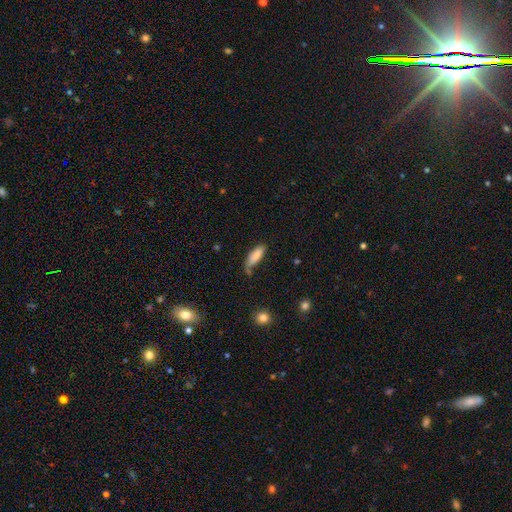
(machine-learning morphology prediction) type=smooth (81%); roundness=in between (66%); merging=none (51%).